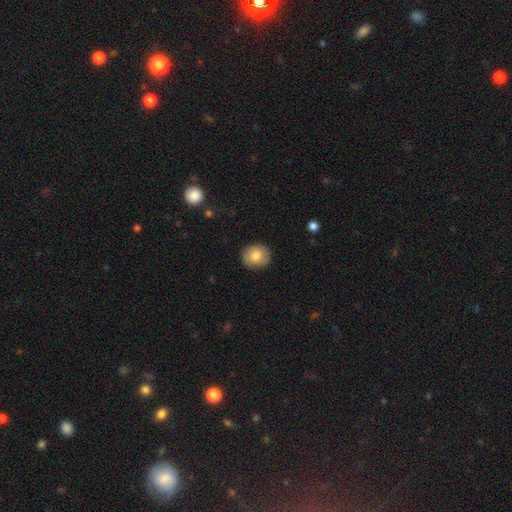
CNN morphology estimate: This is likely a smooth galaxy (78%). How rounded: likely round (70%). Merging: clearly none (87%).